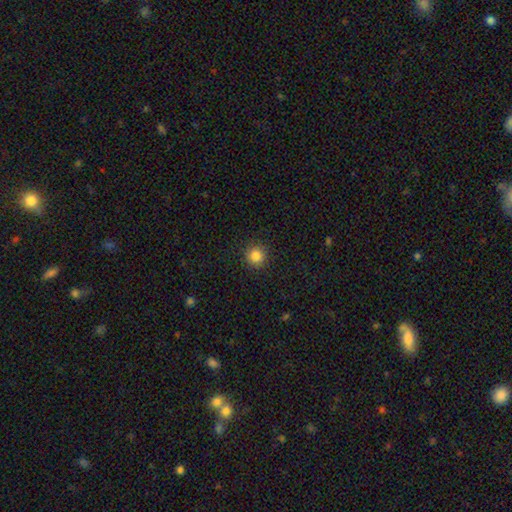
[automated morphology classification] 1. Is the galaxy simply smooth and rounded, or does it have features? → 85% smooth, 11% star or artifact, 4% featured or disk.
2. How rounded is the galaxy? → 95% round, 4% in between, 1% cigar-shaped.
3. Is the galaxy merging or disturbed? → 91% none, 6% minor disturbance, 2% major disturbance, 1% merger.